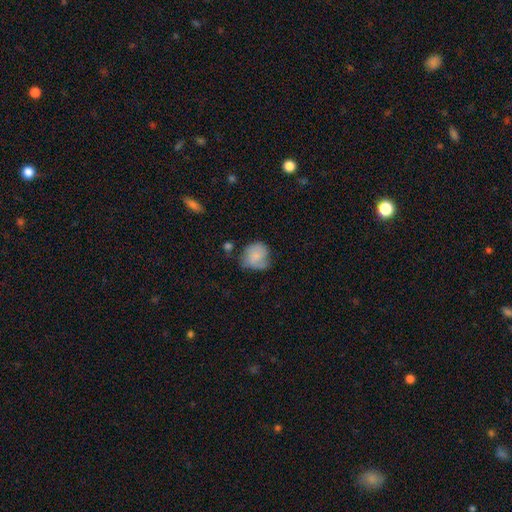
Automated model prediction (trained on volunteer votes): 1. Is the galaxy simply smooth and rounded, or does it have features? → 73% smooth, 19% featured or disk, 8% star or artifact.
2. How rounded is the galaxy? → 73% round, 26% in between, 1% cigar-shaped.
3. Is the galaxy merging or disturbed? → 46% none, 34% minor disturbance, 15% major disturbance, 4% merger.